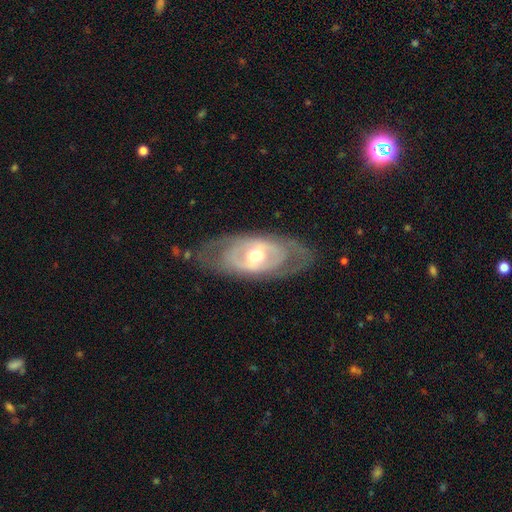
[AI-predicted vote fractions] featured or disk 72%, smooth 23%, star or artifact 5%. Down the decision tree: edge-on disk — no (89%); bar — no (45%); spiral arms — no (60%); bulge size — moderate (69%); merging — none (77%).